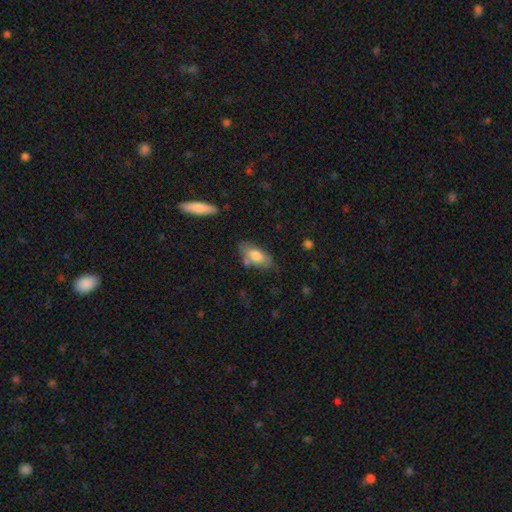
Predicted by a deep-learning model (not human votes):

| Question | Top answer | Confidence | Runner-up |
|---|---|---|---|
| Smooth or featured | smooth | 75% | featured or disk (18%) |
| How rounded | in between | 89% | cigar-shaped (9%) |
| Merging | none | 71% | minor disturbance (18%) |